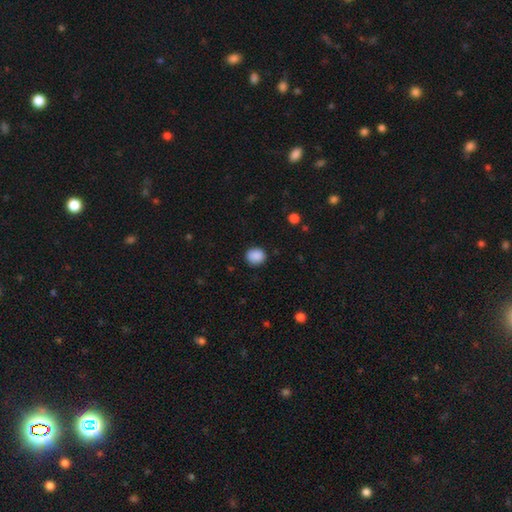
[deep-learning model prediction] Smooth or featured? smooth (89%)
How rounded? round (80%)
Merging? none (87%)